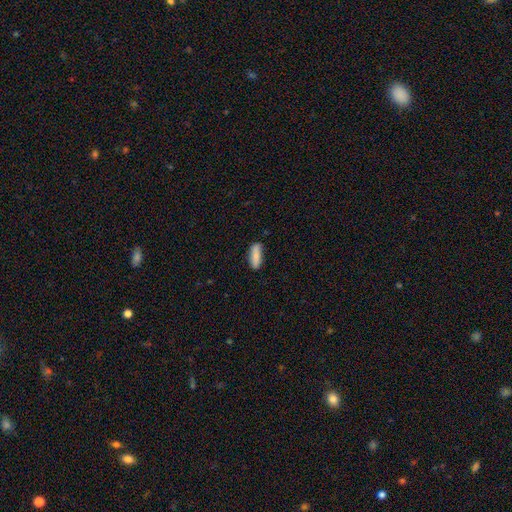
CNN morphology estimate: smooth_or_featured: smooth (p=0.82) [alt: featured or disk p=0.12]
how_rounded: in between (p=0.61) [alt: cigar-shaped p=0.37]
merging: none (p=0.80) [alt: minor disturbance p=0.15]